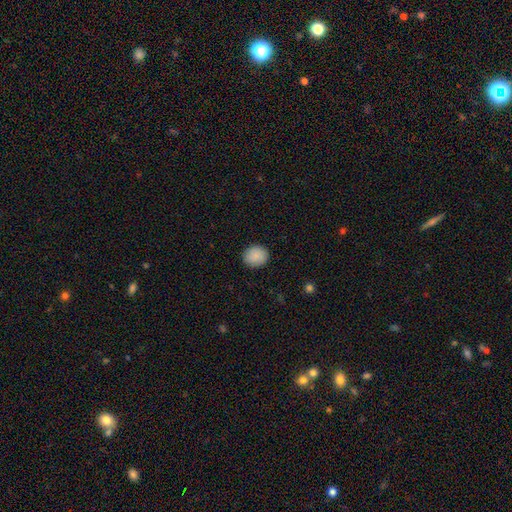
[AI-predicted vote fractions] Q: Smooth or featured?
A: smooth (90%); runner-up: star or artifact (7%)
Q: How rounded?
A: round (70%); runner-up: in between (29%)
Q: Merging?
A: none (90%); runner-up: minor disturbance (7%)